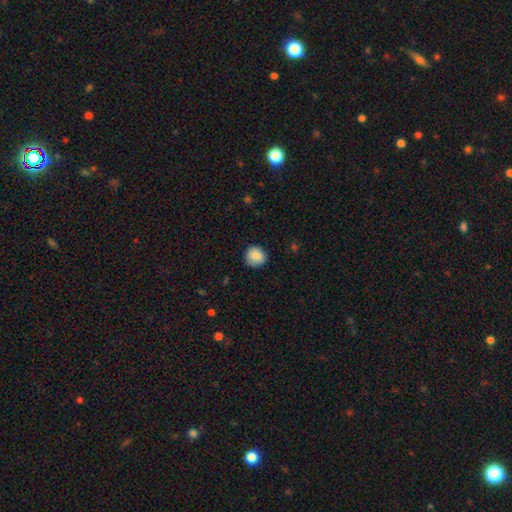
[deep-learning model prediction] Morphology: type=smooth (85%); roundness=round (90%); merging=none (86%).